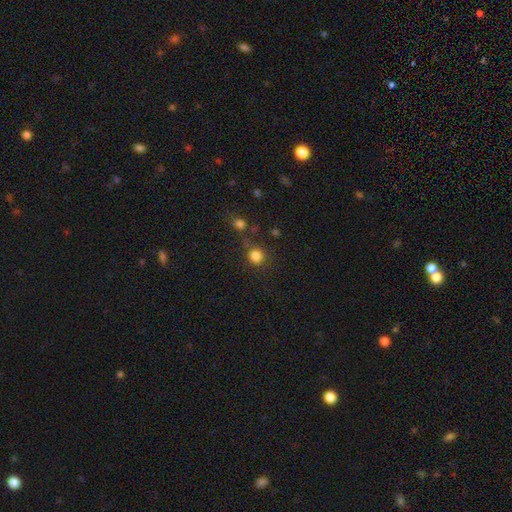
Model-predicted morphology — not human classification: Smooth or featured?
  - smooth: 81% *
  - star or artifact: 14%
  - featured or disk: 5%
How rounded?
  - round: 84% *
  - in between: 15%
  - cigar-shaped: 1%
Merging?
  - none: 65% *
  - merger: 14%
  - minor disturbance: 14%
  - major disturbance: 7%